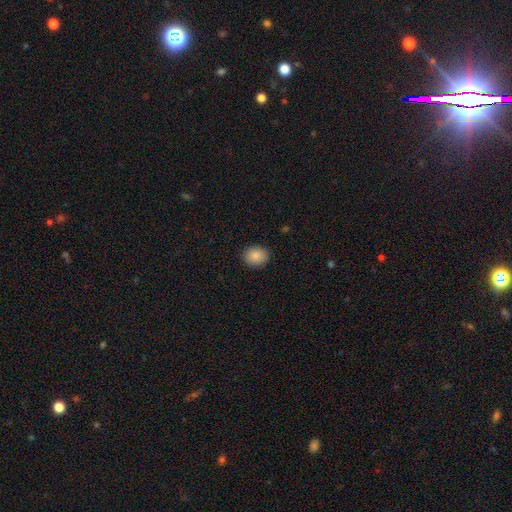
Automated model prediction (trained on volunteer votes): The model was most divided on "how rounded": round: 56%, in between: 43%, cigar-shaped: 1%. More confident: merging — none (89%); smooth or featured — smooth (87%).